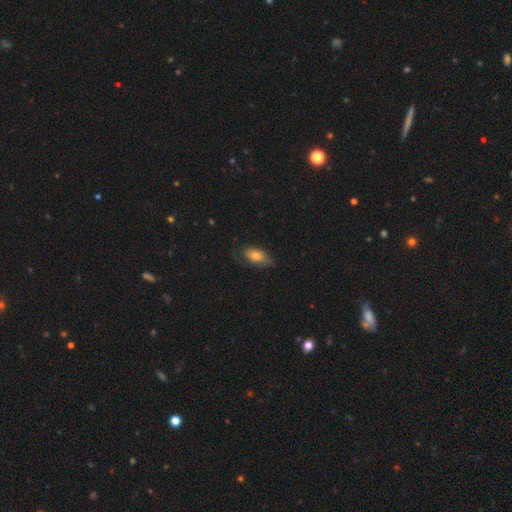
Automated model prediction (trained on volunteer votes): Smooth or featured? smooth (71%)
How rounded? in between (89%)
Merging? none (66%)